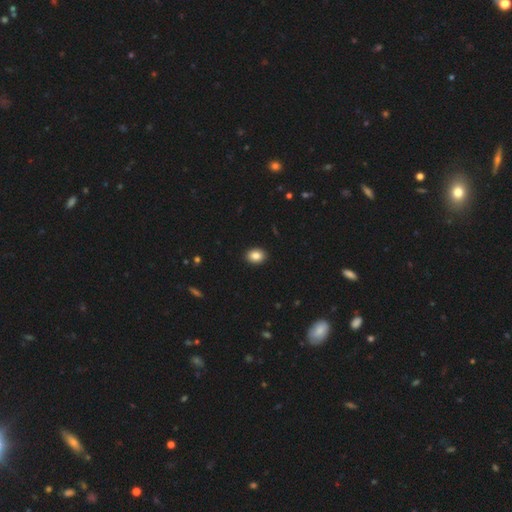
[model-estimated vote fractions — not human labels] Smooth or featured? smooth (85%)
How rounded? in between (64%)
Merging? none (92%)